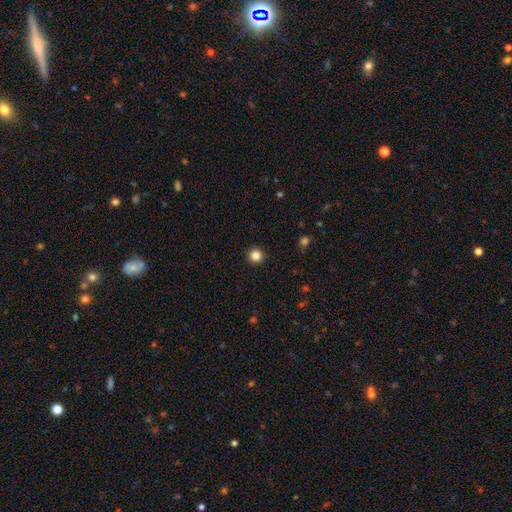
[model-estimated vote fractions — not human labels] A smooth galaxy with no disk features (84%) that is round (95%).

Vote fractions:
- Smooth or featured? smooth: 84% / star or artifact: 12% / featured or disk: 4%
- How rounded? round: 95% / in between: 4% / cigar-shaped: 1%
- Merging? none: 93% / minor disturbance: 4% / major disturbance: 2% / merger: 1%